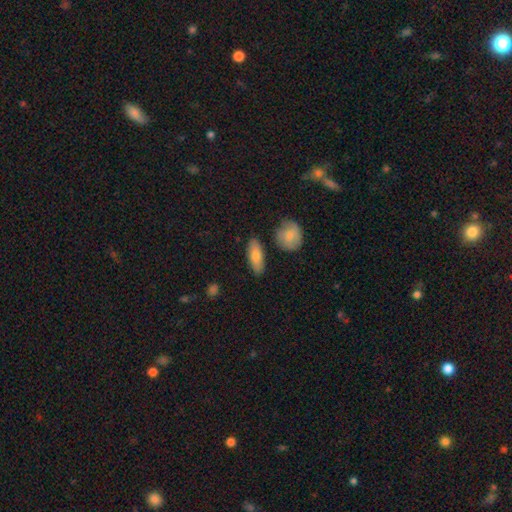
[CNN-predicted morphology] This appears to be a smooth galaxy with no disk features (77%) that is in between round and cigar-shaped (72%). Merging: none (83%).